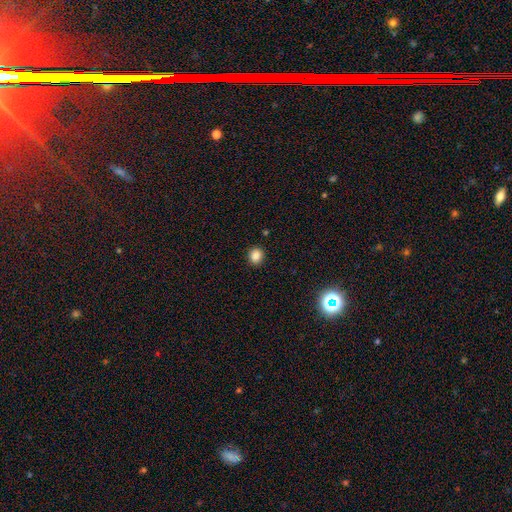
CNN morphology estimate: This is clearly a smooth galaxy (85%). How rounded: likely round (78%). Merging: clearly none (91%).